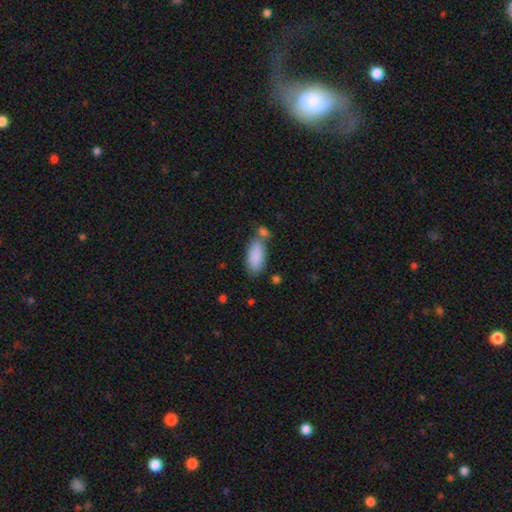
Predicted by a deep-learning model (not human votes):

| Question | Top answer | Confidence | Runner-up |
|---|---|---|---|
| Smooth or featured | smooth | 88% | star or artifact (7%) |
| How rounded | in between | 87% | cigar-shaped (11%) |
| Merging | none | 58% | merger (20%) |